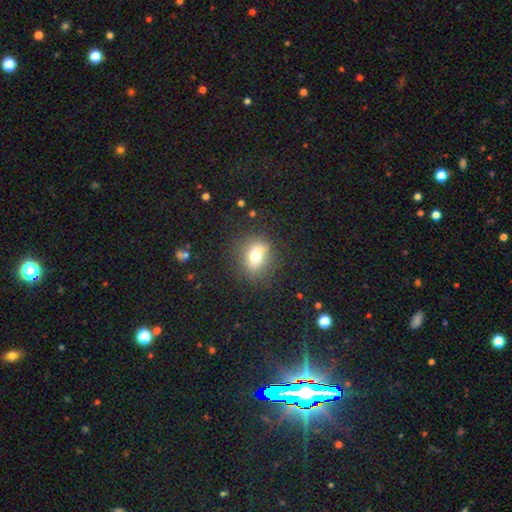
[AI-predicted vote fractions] smooth-or-featured: smooth: 67% | featured or disk: 20% | star or artifact: 13%
  how-rounded: in between: 51% | round: 44% | cigar-shaped: 5%
  merging: none: 81% | minor disturbance: 12% | major disturbance: 5% | merger: 2%